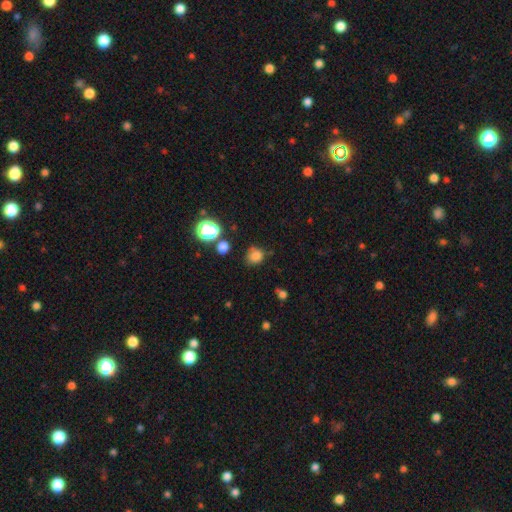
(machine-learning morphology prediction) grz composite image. It shows a smooth galaxy with no disk features (78%) that is round (82%). Merging: none (72%).